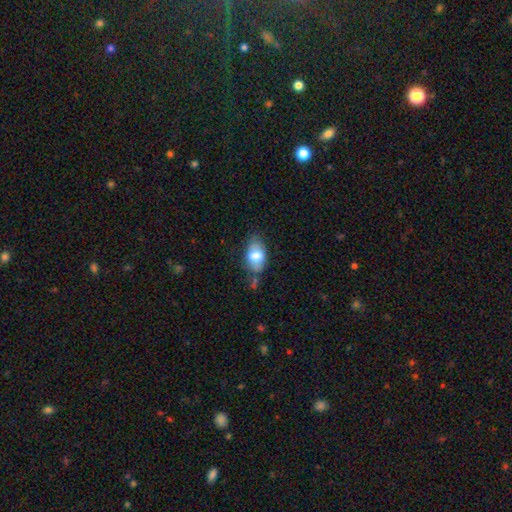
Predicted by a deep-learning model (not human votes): A smooth galaxy with no disk features (70%) that is in between round and cigar-shaped (89%). Merging: none (54%).